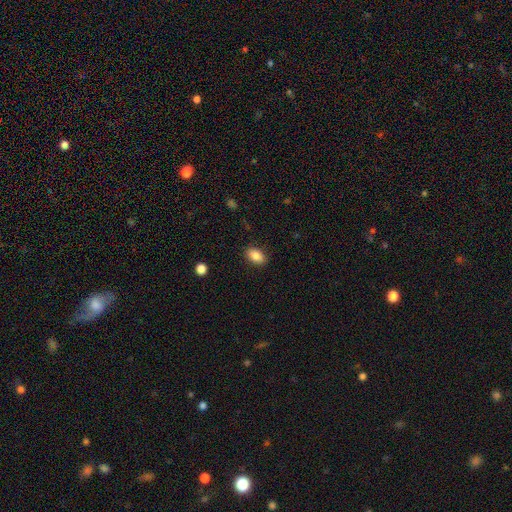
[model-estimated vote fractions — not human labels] The model was most divided on "smooth or featured": smooth: 87%, star or artifact: 8%, featured or disk: 5%. More confident: how rounded — in between (90%); merging — none (88%).